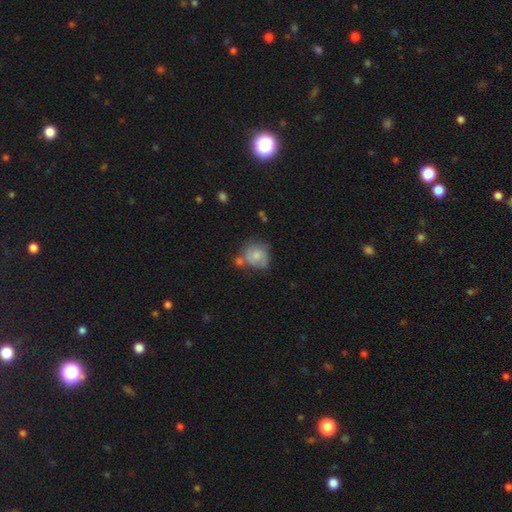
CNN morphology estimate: This appears to be a smooth galaxy with no disk features (67%) that is round (71%). Merging: none (43%).